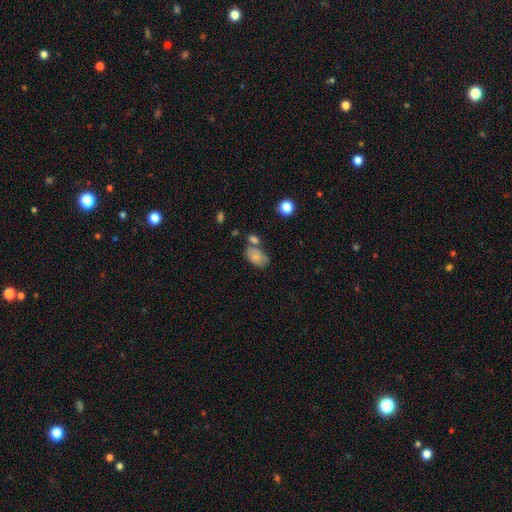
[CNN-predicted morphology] Overall: smooth (78%). How rounded: in between (90%). Merging: none (44%; merger 28%).